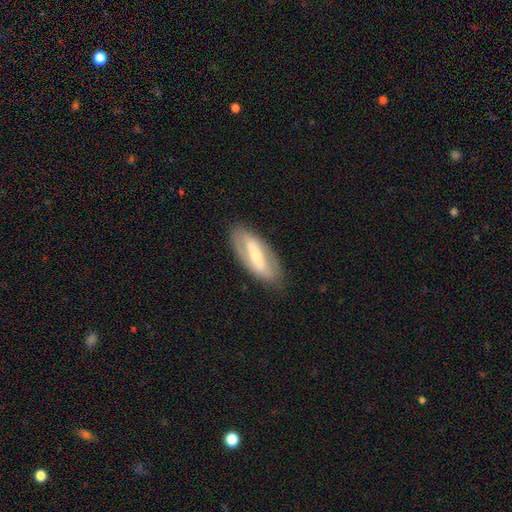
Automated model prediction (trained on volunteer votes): smooth-or-featured: featured or disk: 65% | smooth: 29% | star or artifact: 6%
  disk-edge-on: no: 80% | yes: 20%
    bar: strong: 66% | weak: 21% | no: 14%
    has-spiral-arms: no: 57% | yes: 43%
    bulge-size: small: 51% | moderate: 42% | large: 4% | none: 2% | dominant: 1%
  merging: none: 80% | minor disturbance: 14% | major disturbance: 5% | merger: 1%